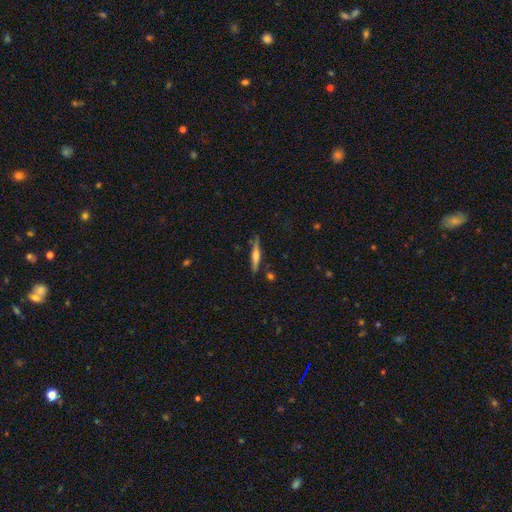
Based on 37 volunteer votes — Volunteers were most divided on "smooth or featured": featured or disk: 65%, smooth: 27%, star or artifact: 8%. More confident: edge-on disk — yes (100%); edge-on bulge — rounded (88%); merging — none (82%).